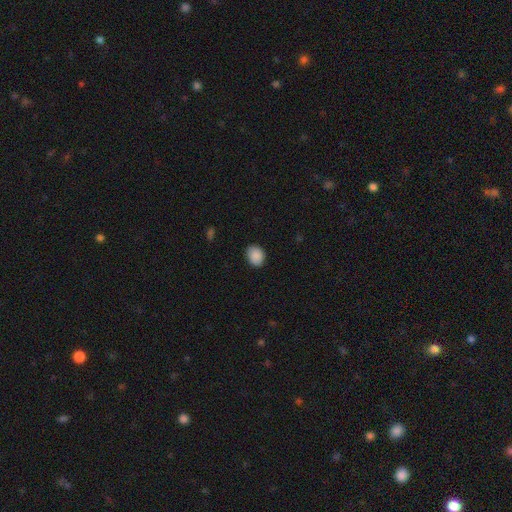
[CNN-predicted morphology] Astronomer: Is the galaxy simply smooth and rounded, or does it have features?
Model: smooth — 90%.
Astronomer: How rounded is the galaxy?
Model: in between — 55% (runner-up: round, 44%).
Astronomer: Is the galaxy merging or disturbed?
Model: none — 87%.